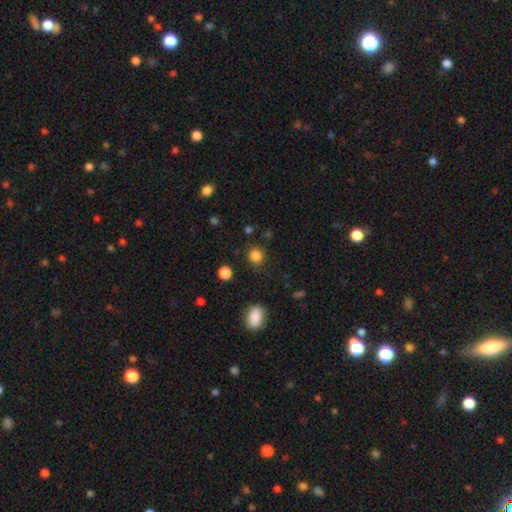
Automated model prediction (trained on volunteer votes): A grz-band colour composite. It shows a smooth galaxy with no disk features (84%) that is round (87%). Merging: none (87%).